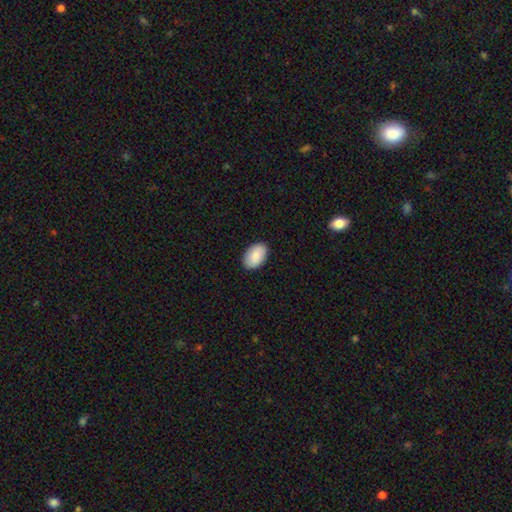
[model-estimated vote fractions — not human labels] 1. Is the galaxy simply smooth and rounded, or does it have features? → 86% smooth, 8% featured or disk, 6% star or artifact.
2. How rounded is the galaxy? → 91% in between, 8% round, 1% cigar-shaped.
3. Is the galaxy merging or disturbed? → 89% none, 8% minor disturbance, 2% major disturbance, 1% merger.